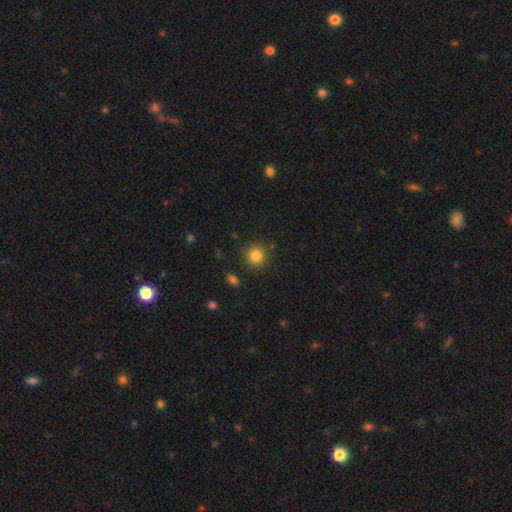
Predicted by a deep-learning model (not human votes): A smooth galaxy with no disk features (83%) that is round (90%). Merging: none (87%).